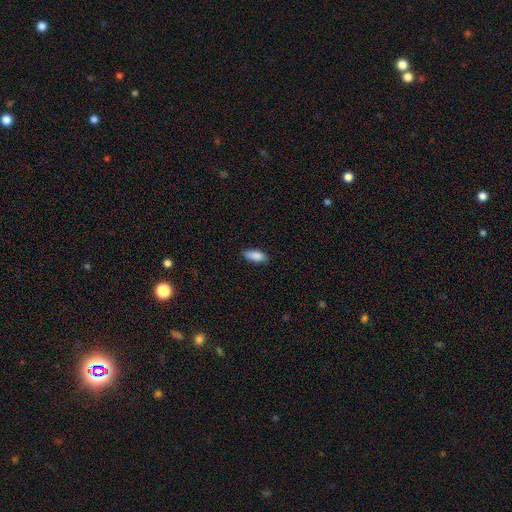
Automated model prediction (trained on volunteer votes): smooth_or_featured: smooth (p=0.87) [alt: star or artifact p=0.06]
how_rounded: in between (p=0.77) [alt: cigar-shaped p=0.21]
merging: none (p=0.80) [alt: minor disturbance p=0.16]